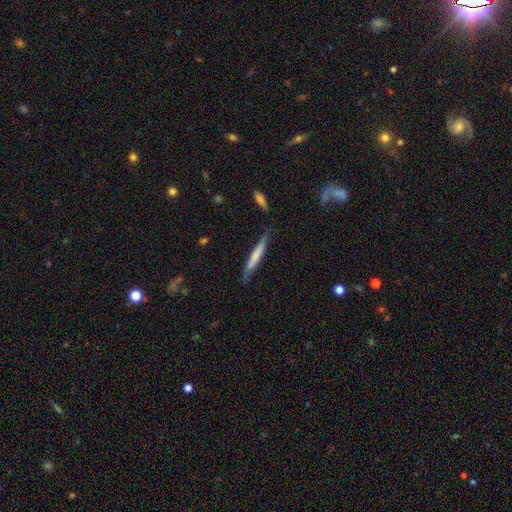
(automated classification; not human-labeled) This is likely a smooth galaxy (62%). How rounded: clearly cigar-shaped (94%). Merging: likely none (78%).